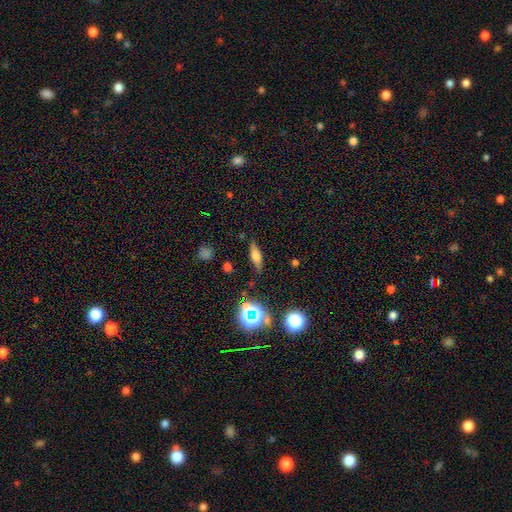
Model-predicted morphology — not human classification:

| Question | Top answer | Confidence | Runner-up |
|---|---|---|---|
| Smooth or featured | smooth | 56% | featured or disk (29%) |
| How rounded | in between | 53% | cigar-shaped (41%) |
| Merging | none | 79% | minor disturbance (14%) |